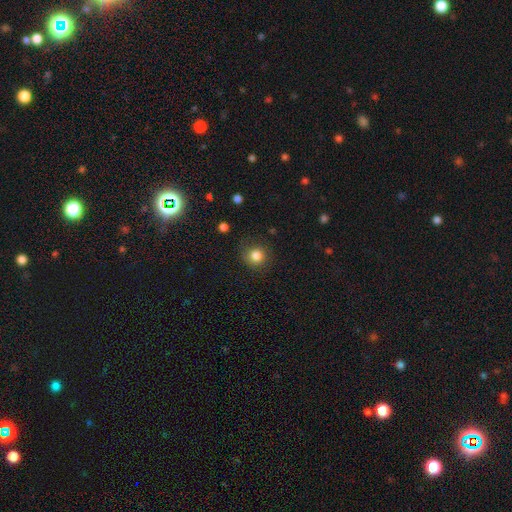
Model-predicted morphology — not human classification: Smooth or featured? smooth (82%)
How rounded? round (90%)
Merging? none (79%)